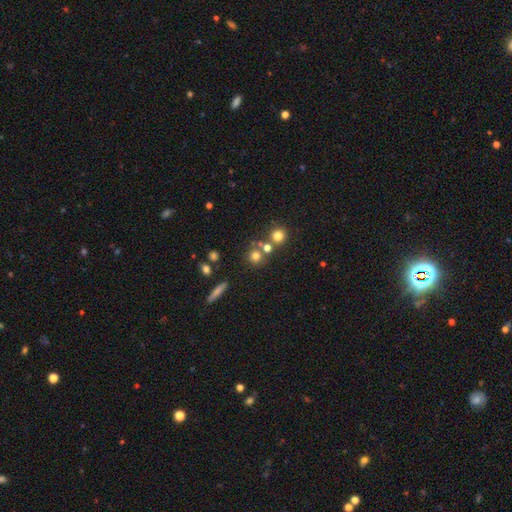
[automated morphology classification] smooth 71%, star or artifact 17%, featured or disk 12%. Down the decision tree: how rounded — round (89%); merging — none (64%).